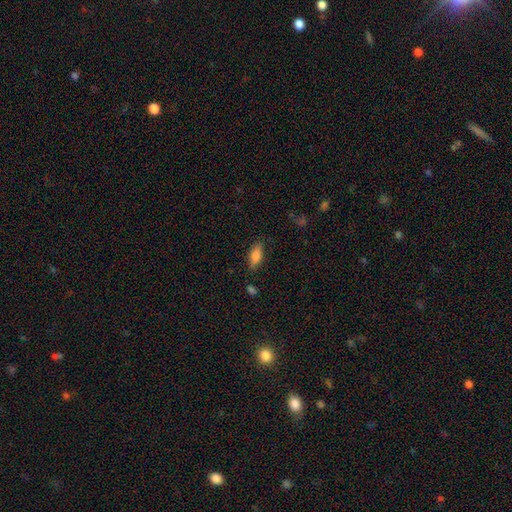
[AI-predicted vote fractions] smooth-or-featured: smooth: 78% | featured or disk: 14% | star or artifact: 8%
  how-rounded: in between: 76% | cigar-shaped: 21% | round: 3%
  merging: none: 79% | minor disturbance: 15% | major disturbance: 4% | merger: 2%